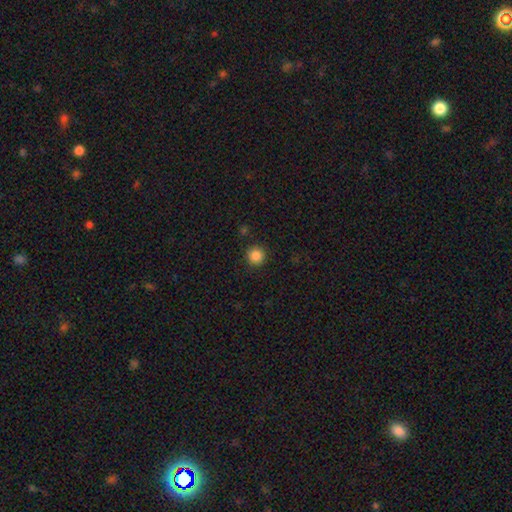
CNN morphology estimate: Smooth or featured? Predicted: smooth (p=0.86). How rounded? Predicted: round (p=0.95). Merging? Predicted: none (p=0.91).